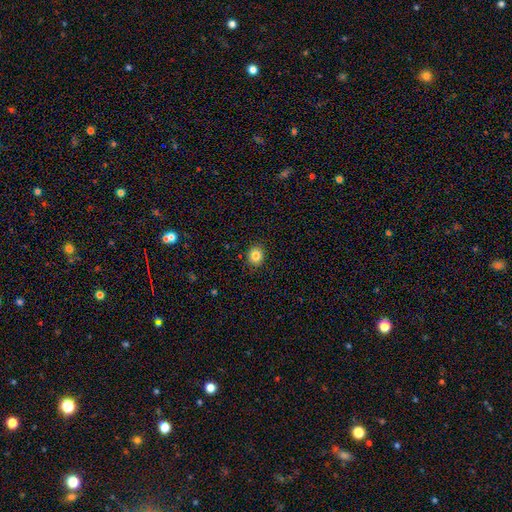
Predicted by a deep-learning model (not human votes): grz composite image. It shows a smooth galaxy with no disk features (84%) that is round (78%). Merging: none (90%).